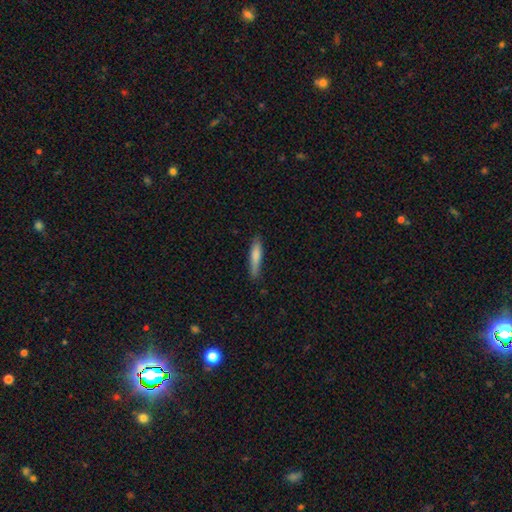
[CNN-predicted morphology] A smooth galaxy with no disk features (78%) that is cigar-shaped (84%). Merging: none (79%).